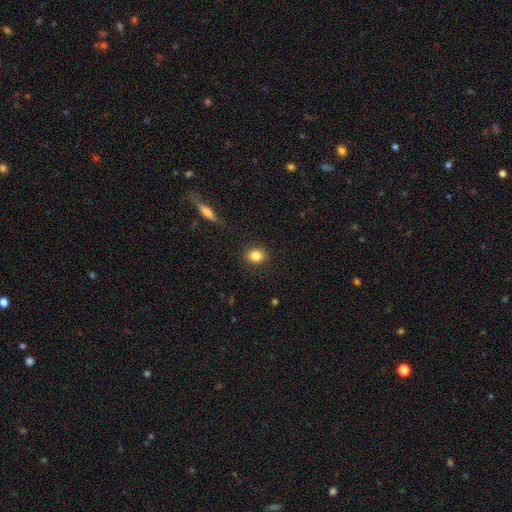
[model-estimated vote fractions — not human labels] smooth-or-featured: smooth: 84% | star or artifact: 9% | featured or disk: 6%
  how-rounded: round: 57% | in between: 42% | cigar-shaped: 1%
  merging: none: 88% | minor disturbance: 8% | major disturbance: 2% | merger: 1%